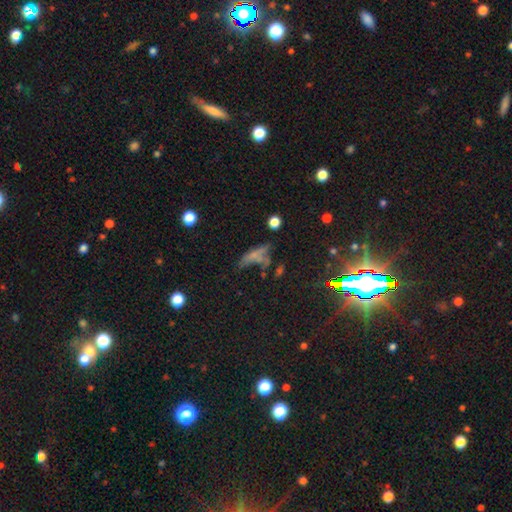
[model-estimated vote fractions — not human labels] Q: Smooth or featured?
A: smooth (52%); runner-up: featured or disk (27%)
Q: How rounded?
A: cigar-shaped (46%); runner-up: in between (45%)
Q: Merging?
A: none (37%); runner-up: major disturbance (22%)